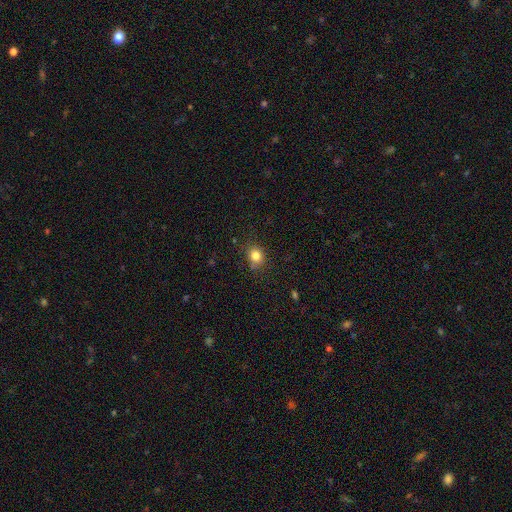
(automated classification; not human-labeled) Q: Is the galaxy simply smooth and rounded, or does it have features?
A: smooth — 82%.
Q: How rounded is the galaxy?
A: round — 66%.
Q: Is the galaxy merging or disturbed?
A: none — 77%.